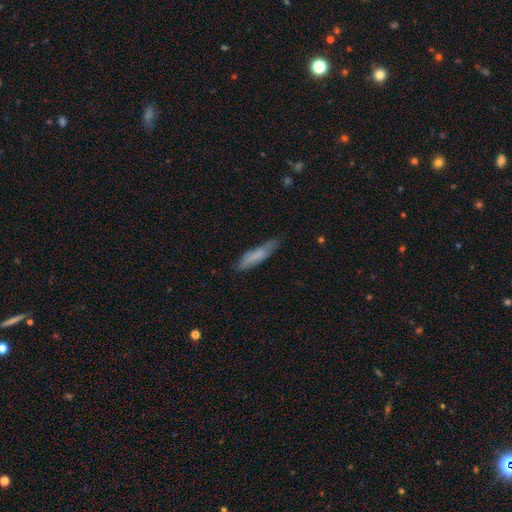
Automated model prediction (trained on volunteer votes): Smooth or featured? Predicted: smooth (p=0.76). How rounded? Predicted: cigar-shaped (p=0.76). Merging? Predicted: none (p=0.69).